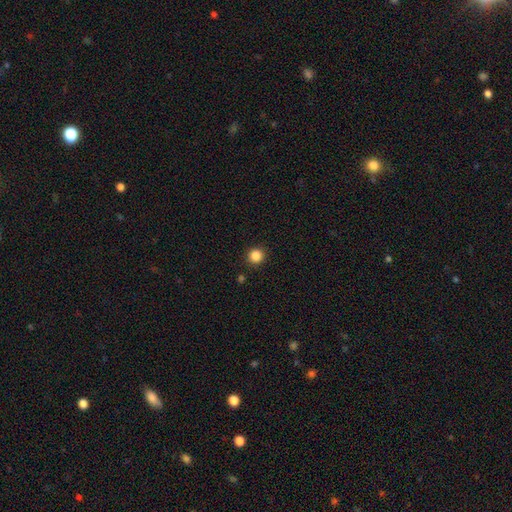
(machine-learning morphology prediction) A smooth galaxy with no disk features (86%) that is round (93%).

Vote fractions:
- Smooth or featured? smooth: 86% / star or artifact: 11% / featured or disk: 3%
- How rounded? round: 93% / in between: 6% / cigar-shaped: 1%
- Merging? none: 91% / minor disturbance: 5% / major disturbance: 2% / merger: 2%